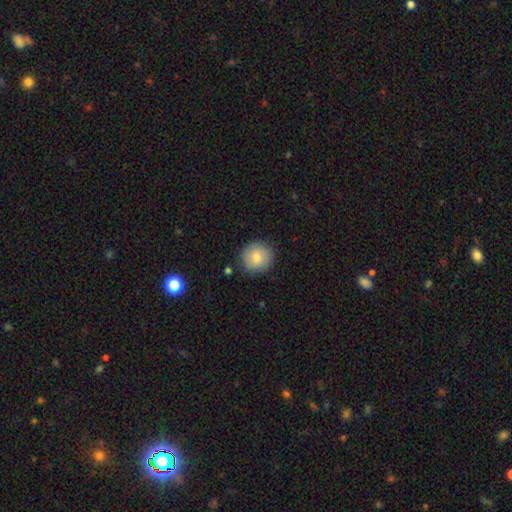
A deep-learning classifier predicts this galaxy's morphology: A smooth galaxy with no disk features (78%) that is round (89%).

Vote fractions:
- Smooth or featured? smooth: 78% / featured or disk: 12% / star or artifact: 10%
- How rounded? round: 89% / in between: 10% / cigar-shaped: 1%
- Merging? none: 88% / minor disturbance: 8% / major disturbance: 2% / merger: 1%